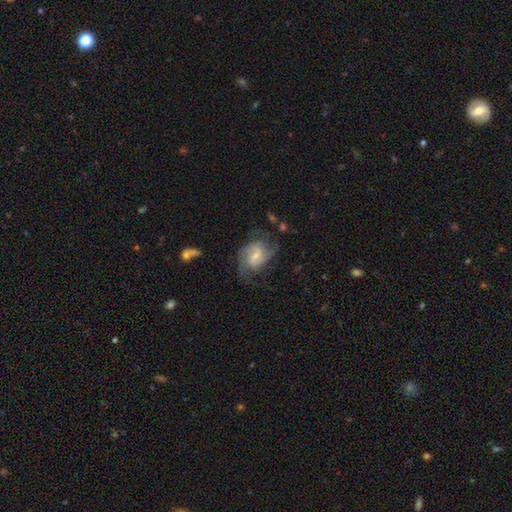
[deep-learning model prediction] A featured or disk galaxy (79%) with a weak bar (53%), 2 (52%) medium (50%) spiral arms (94%) and a small central bulge (56%).

Vote fractions:
- Smooth or featured? featured or disk: 79% / smooth: 14% / star or artifact: 6%
- Edge-on disk? no: 97% / yes: 3%
- Bar? weak: 53% / no: 34% / strong: 13%
- Spiral arms? yes: 94% / no: 6%
- Spiral winding? medium: 50% / tight: 26% / loose: 24%
- Spiral arm count? 2: 52% / 3: 20% / can't tell: 16% / 4: 5% / 1: 4% / more than 4: 3%
- Bulge size? small: 56% / moderate: 36% / none: 4% / large: 3% / dominant: 1%
- Merging? none: 59% / minor disturbance: 22% / major disturbance: 17% / merger: 2%